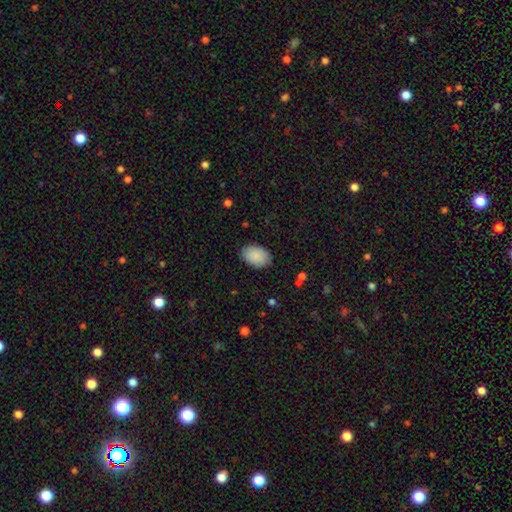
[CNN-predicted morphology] Smooth or featured? Predicted: smooth (p=0.90). How rounded? Predicted: in between (p=0.86). Merging? Predicted: none (p=0.86).